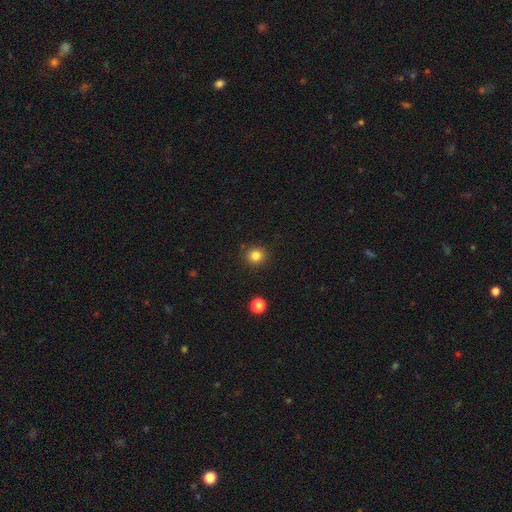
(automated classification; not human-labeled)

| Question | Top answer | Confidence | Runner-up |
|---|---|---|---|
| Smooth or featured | smooth | 83% | star or artifact (12%) |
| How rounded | round | 89% | in between (10%) |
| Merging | none | 90% | minor disturbance (6%) |